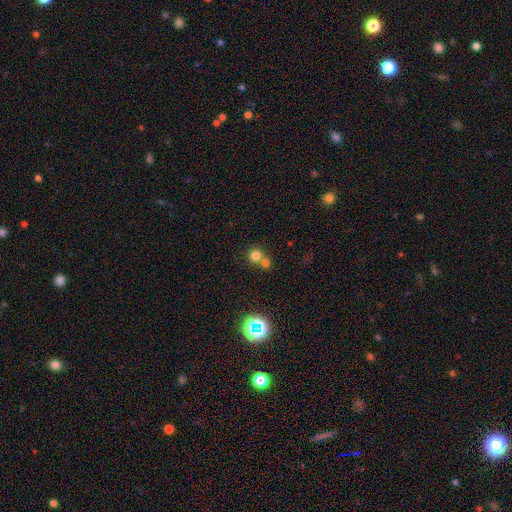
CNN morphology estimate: Smooth or featured?
  - smooth: 75% *
  - star or artifact: 16%
  - featured or disk: 9%
How rounded?
  - round: 89% *
  - in between: 10%
  - cigar-shaped: 1%
Merging?
  - none: 48% *
  - merger: 44%
  - minor disturbance: 6%
  - major disturbance: 3%